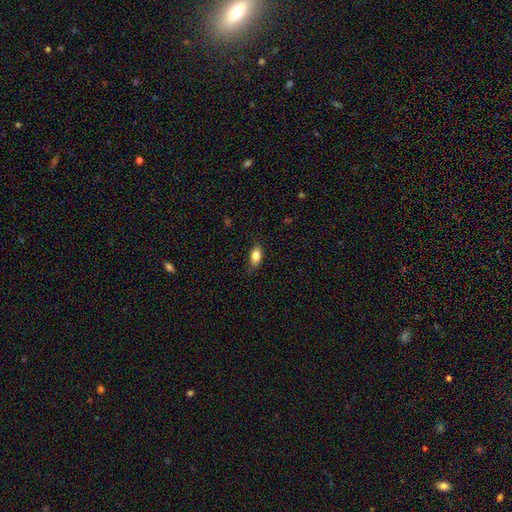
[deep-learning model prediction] smooth 83%, featured or disk 9%, star or artifact 8%. Down the decision tree: how rounded — in between (85%); merging — none (80%).